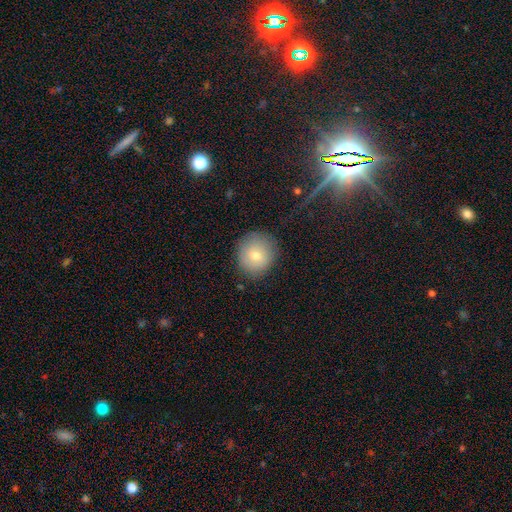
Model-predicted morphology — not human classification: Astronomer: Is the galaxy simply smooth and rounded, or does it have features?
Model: smooth — 76%.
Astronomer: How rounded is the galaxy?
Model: round — 86%.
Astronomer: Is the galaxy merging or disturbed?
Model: none — 83%.